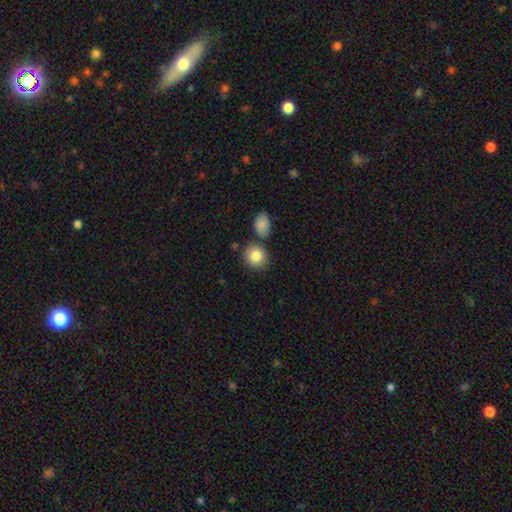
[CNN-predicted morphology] type=smooth (86%); roundness=round (78%); merging=none (74%).